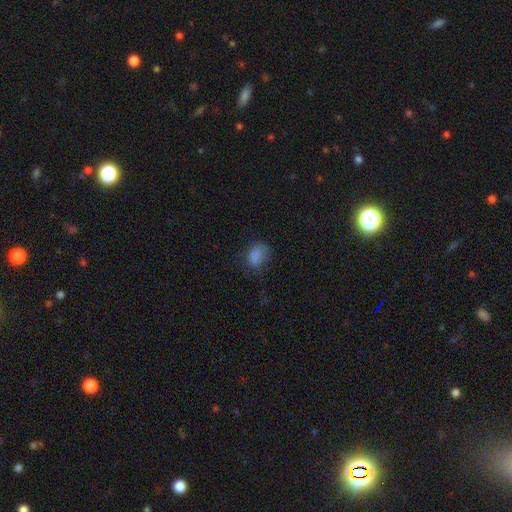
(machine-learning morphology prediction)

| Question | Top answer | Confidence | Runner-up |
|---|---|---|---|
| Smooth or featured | smooth | 78% | star or artifact (13%) |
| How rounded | in between | 69% | round (30%) |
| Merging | none | 57% | minor disturbance (26%) |